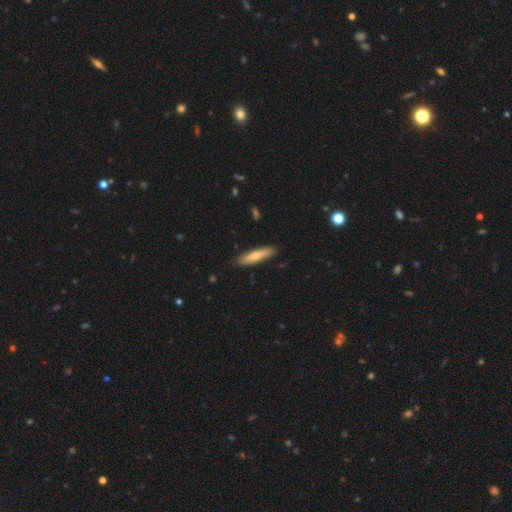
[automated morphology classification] Overall: smooth (65%; featured or disk 30%). How rounded: cigar-shaped (83%). Merging: none (88%).